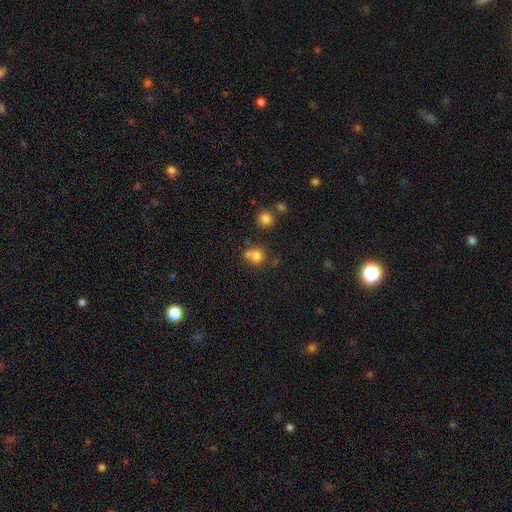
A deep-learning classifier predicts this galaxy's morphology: A smooth galaxy with no disk features (77%) that is round (80%). Merging: none (49%).